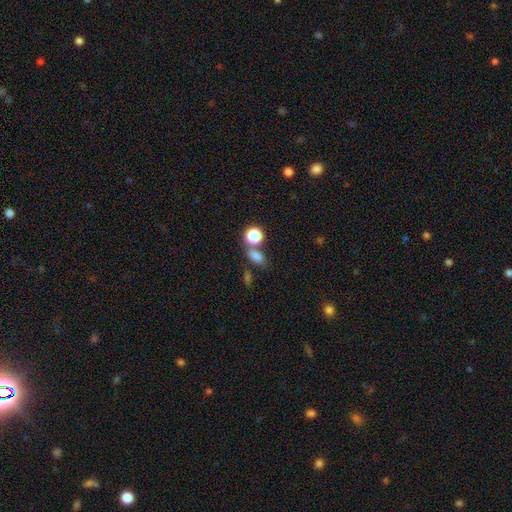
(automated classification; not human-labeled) A smooth galaxy with no disk features (74%) that is in between round and cigar-shaped (70%). Merging: none (57%).